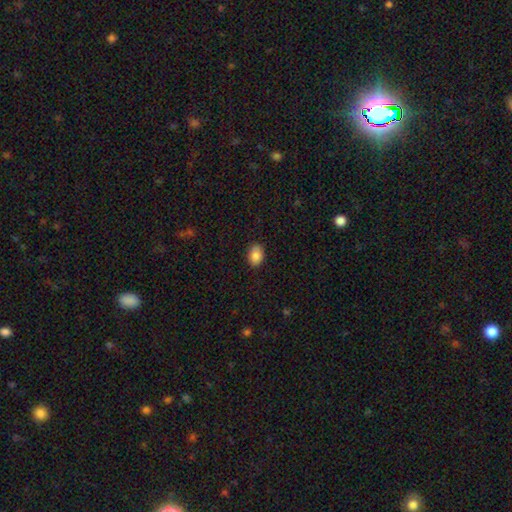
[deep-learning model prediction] smooth_or_featured: smooth (p=0.87) [alt: star or artifact p=0.08]
how_rounded: in between (p=0.80) [alt: round p=0.19]
merging: none (p=0.85) [alt: minor disturbance p=0.12]